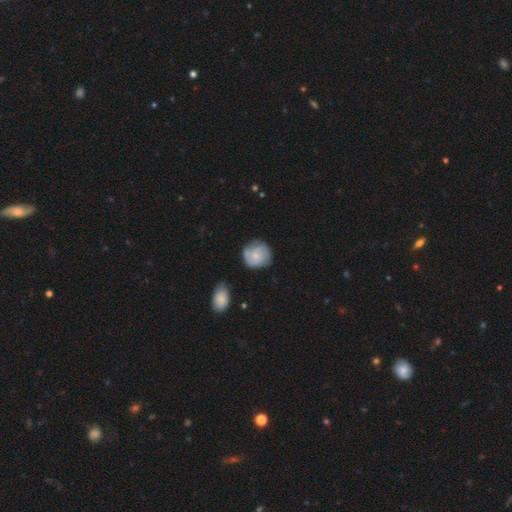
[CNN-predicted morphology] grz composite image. It shows a smooth galaxy with no disk features (50%) that is round (84%). Merging: none (67%).